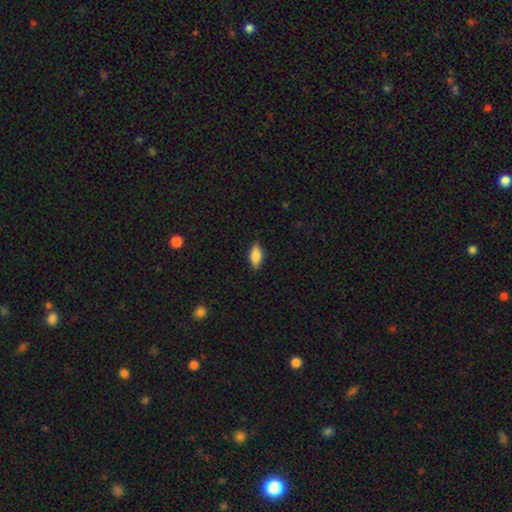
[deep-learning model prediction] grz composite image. It shows a smooth galaxy with no disk features (80%) that is in between round and cigar-shaped (82%). Merging: none (85%).